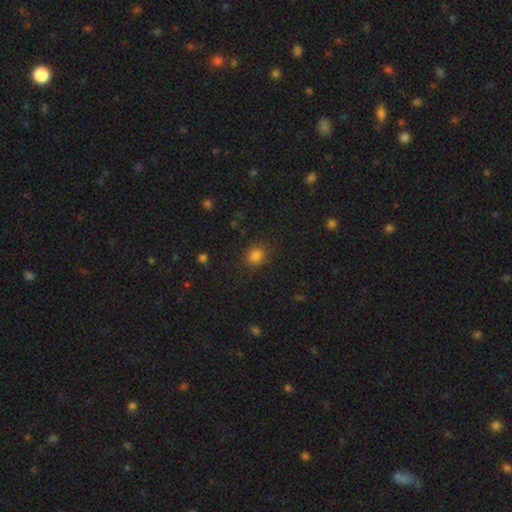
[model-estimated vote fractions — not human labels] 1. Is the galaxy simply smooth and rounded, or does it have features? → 82% smooth, 13% star or artifact, 5% featured or disk.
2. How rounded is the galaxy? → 70% round, 29% in between, 1% cigar-shaped.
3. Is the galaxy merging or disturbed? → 85% none, 10% minor disturbance, 3% major disturbance, 1% merger.